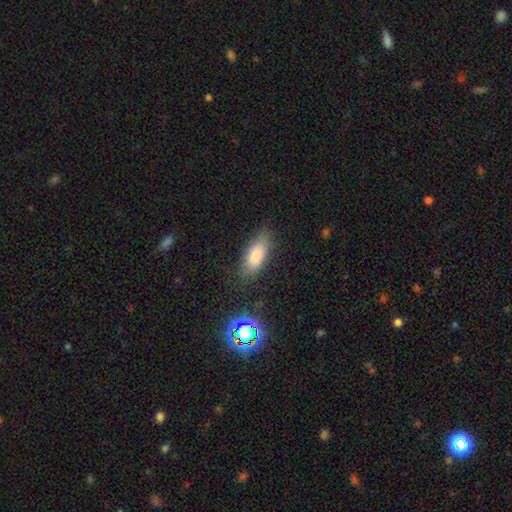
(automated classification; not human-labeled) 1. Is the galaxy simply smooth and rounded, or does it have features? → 80% smooth, 10% featured or disk, 9% star or artifact.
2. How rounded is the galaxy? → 80% in between, 17% cigar-shaped, 3% round.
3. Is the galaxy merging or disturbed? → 77% none, 17% minor disturbance, 5% major disturbance, 2% merger.